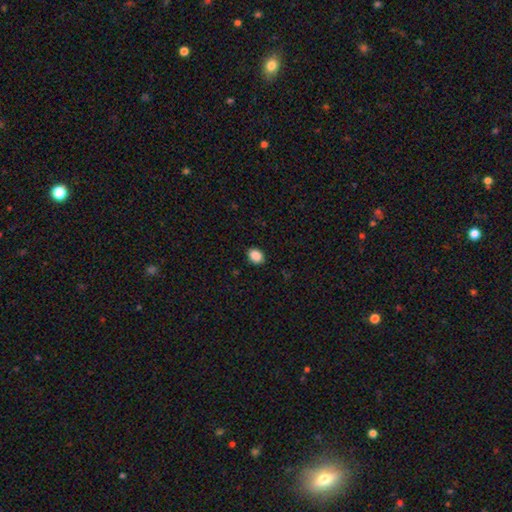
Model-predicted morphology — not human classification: Smooth or featured?
  - smooth: 89% *
  - star or artifact: 9%
  - featured or disk: 3%
How rounded?
  - in between: 66% *
  - round: 33%
  - cigar-shaped: 1%
Merging?
  - none: 89% *
  - minor disturbance: 8%
  - major disturbance: 2%
  - merger: 1%